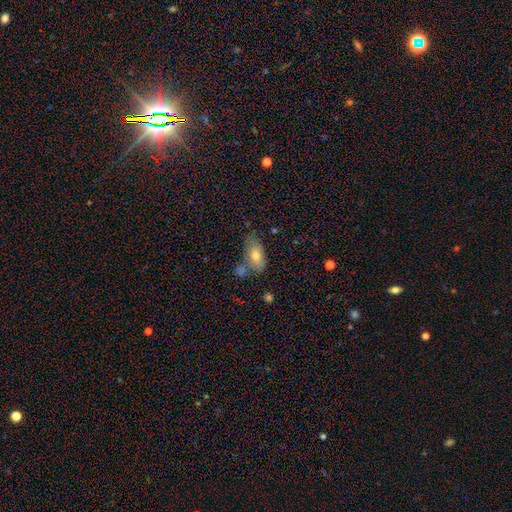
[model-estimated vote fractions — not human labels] smooth-or-featured: smooth: 73% | featured or disk: 18% | star or artifact: 9%
  how-rounded: in between: 88% | round: 6% | cigar-shaped: 5%
  merging: none: 56% | minor disturbance: 22% | merger: 15% | major disturbance: 7%